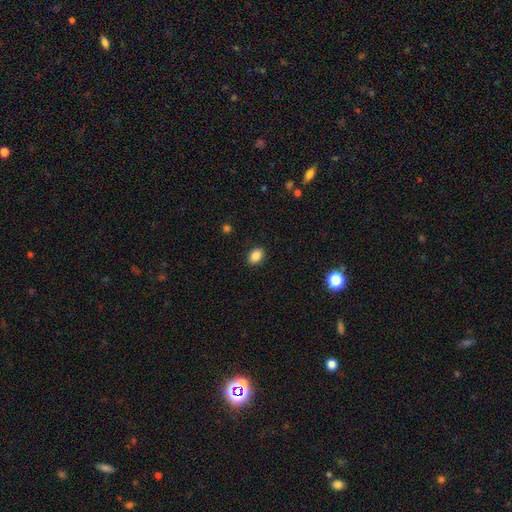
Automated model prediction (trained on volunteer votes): smooth_or_featured: smooth (p=0.87) [alt: star or artifact p=0.09]
how_rounded: in between (p=0.73) [alt: round p=0.26]
merging: none (p=0.89) [alt: minor disturbance p=0.08]